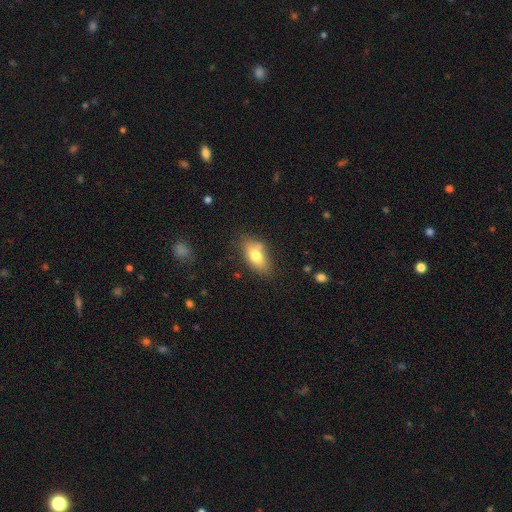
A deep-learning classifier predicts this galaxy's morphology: This appears to be a smooth galaxy with no disk features (74%) that is in between round and cigar-shaped (88%). Merging: none (69%).